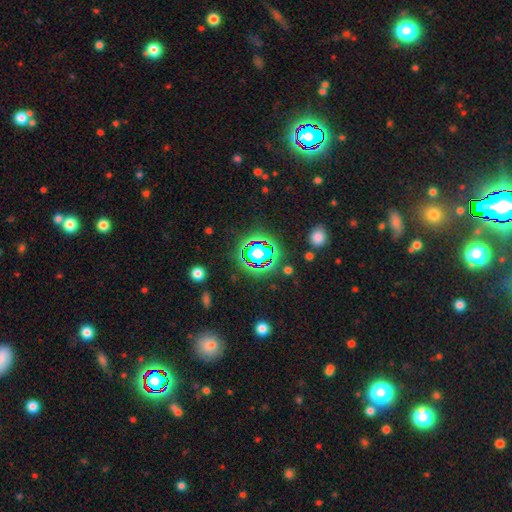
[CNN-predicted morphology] smooth_or_featured: star or artifact (p=0.78) [alt: smooth p=0.13]